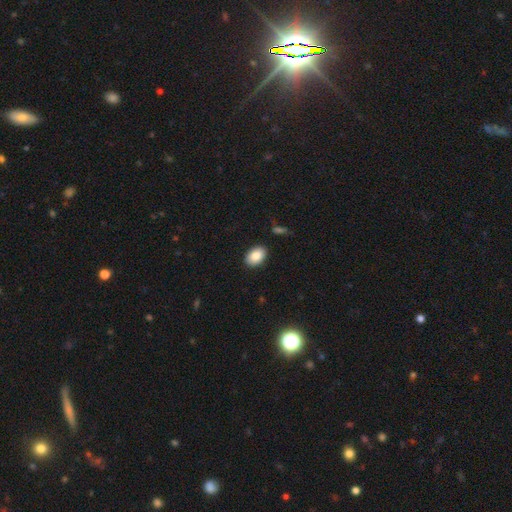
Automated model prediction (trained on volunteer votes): Overall: smooth (84%). How rounded: in between (86%). Merging: none (89%).